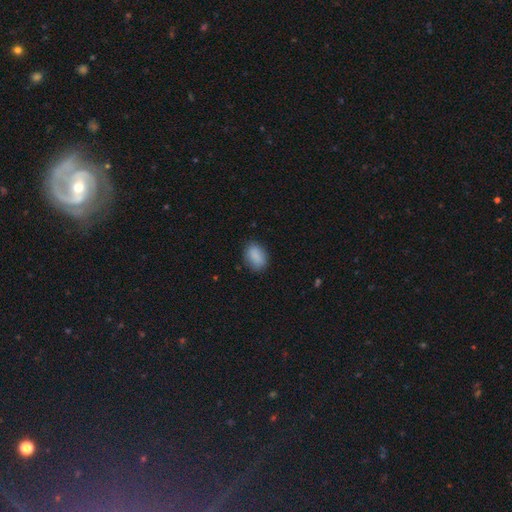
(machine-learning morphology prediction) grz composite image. It shows a smooth galaxy with no disk features (87%) that is in between round and cigar-shaped (80%). Merging: none (78%).